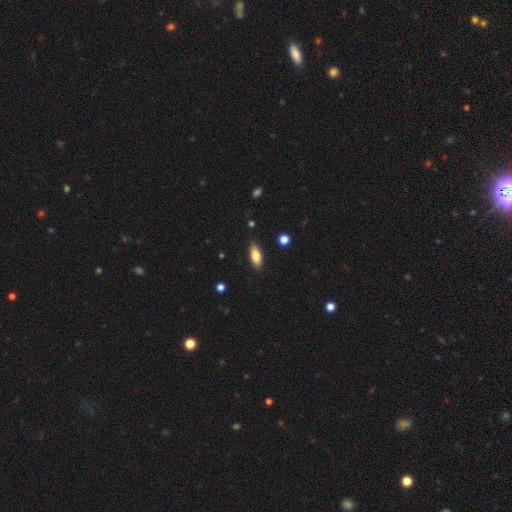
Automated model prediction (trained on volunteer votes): smooth_or_featured: smooth (p=0.78) [alt: featured or disk p=0.15]
how_rounded: in between (p=0.73) [alt: cigar-shaped p=0.25]
merging: none (p=0.88) [alt: minor disturbance p=0.09]